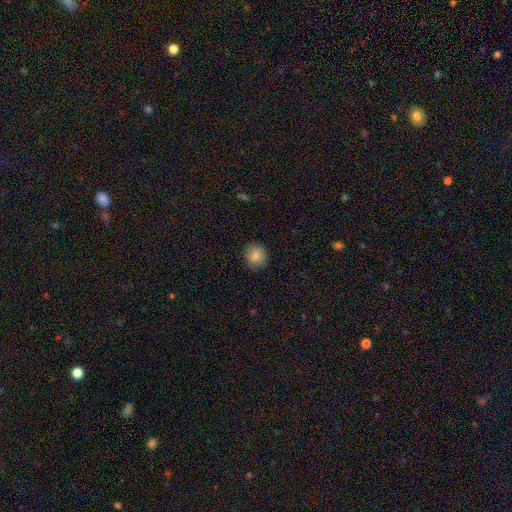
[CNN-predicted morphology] Smooth or featured? Predicted: smooth (p=0.85). How rounded? Predicted: round (p=0.84). Merging? Predicted: none (p=0.85).